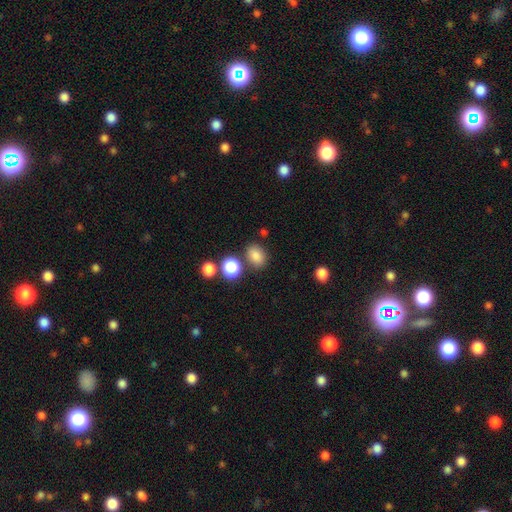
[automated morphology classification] smooth_or_featured: smooth (p=0.82) [alt: star or artifact p=0.12]
how_rounded: in between (p=0.63) [alt: round p=0.36]
merging: none (p=0.77) [alt: minor disturbance p=0.11]